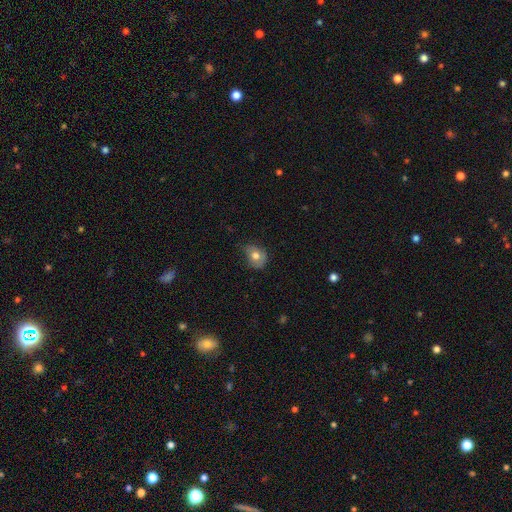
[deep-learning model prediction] This is likely a smooth galaxy (70%). How rounded: possibly in between (50%). Merging: possibly none (48%).